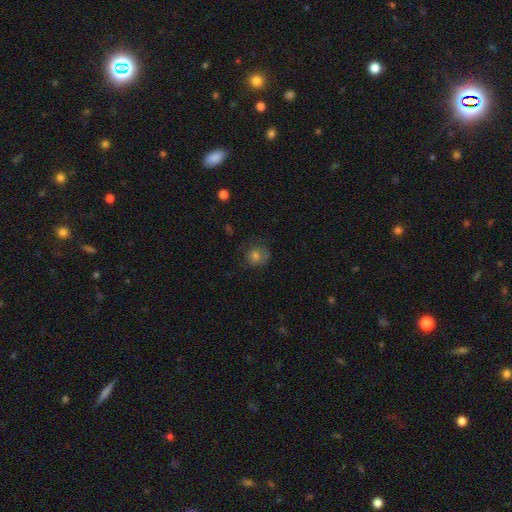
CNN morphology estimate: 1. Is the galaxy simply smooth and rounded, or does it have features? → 72% smooth, 15% featured or disk, 13% star or artifact.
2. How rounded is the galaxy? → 82% round, 17% in between, 1% cigar-shaped.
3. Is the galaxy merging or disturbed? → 67% none, 21% minor disturbance, 10% major disturbance, 2% merger.